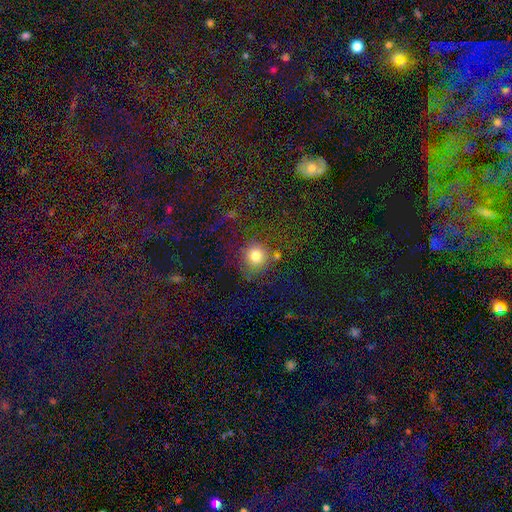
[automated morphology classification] This is likely a smooth galaxy (77%). How rounded: clearly round (91%). Merging: likely none (72%).